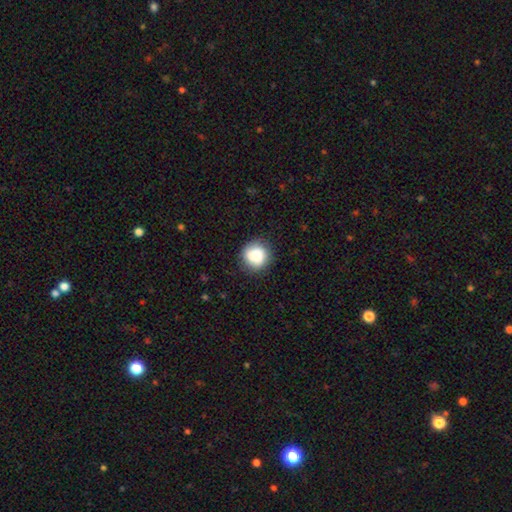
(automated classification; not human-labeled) The model was most divided on "merging": none: 81%, minor disturbance: 14%, major disturbance: 4%, merger: 1%. More confident: how rounded — round (89%); smooth or featured — smooth (82%).